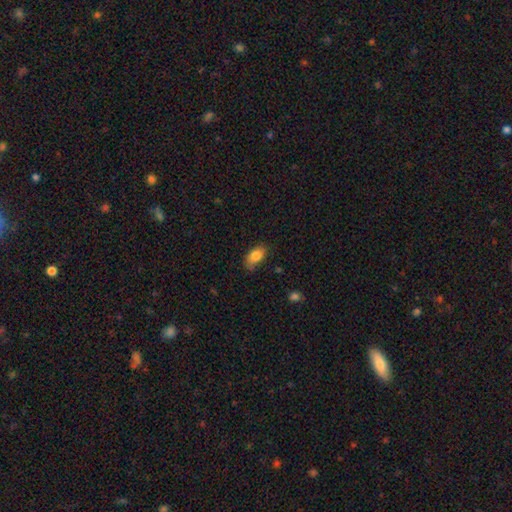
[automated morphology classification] A smooth galaxy with no disk features (83%) that is in between round and cigar-shaped (91%).

Vote fractions:
- Smooth or featured? smooth: 83% / featured or disk: 9% / star or artifact: 8%
- How rounded? in between: 91% / round: 6% / cigar-shaped: 3%
- Merging? none: 68% / minor disturbance: 25% / major disturbance: 5% / merger: 2%